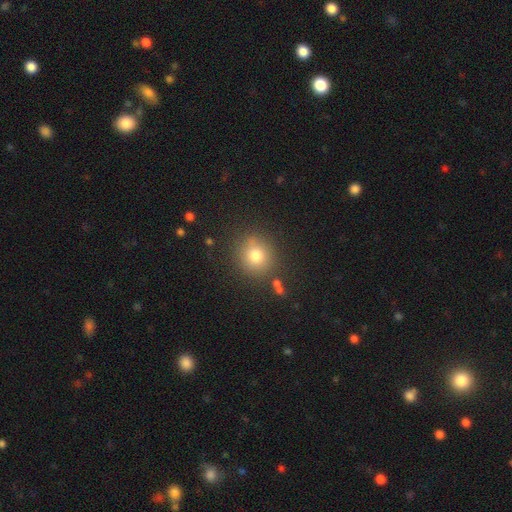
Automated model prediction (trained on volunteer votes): A smooth galaxy with no disk features (76%) that is round (88%). Merging: none (82%).